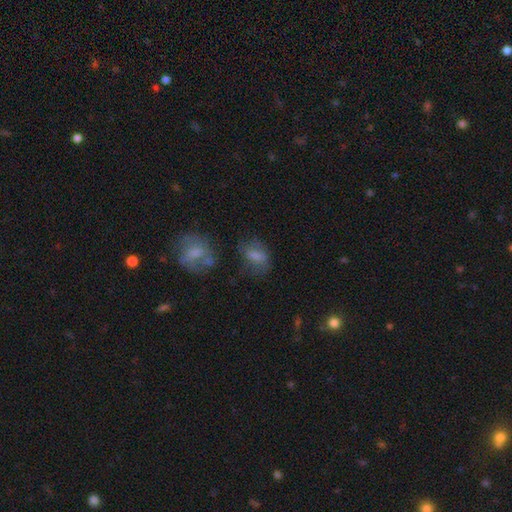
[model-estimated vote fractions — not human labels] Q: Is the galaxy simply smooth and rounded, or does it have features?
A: smooth — 68%.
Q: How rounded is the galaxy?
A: in between — 79%.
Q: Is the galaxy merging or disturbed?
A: none — 47%.